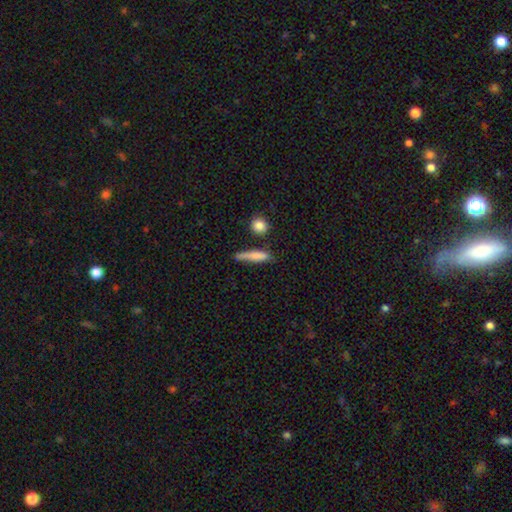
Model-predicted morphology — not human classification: The model was most divided on "merging": none: 64%, minor disturbance: 23%, merger: 7%, major disturbance: 6%. More confident: how rounded — cigar-shaped (80%); smooth or featured — smooth (77%).